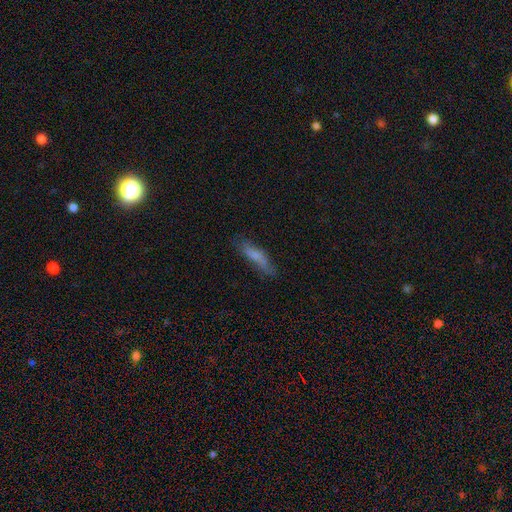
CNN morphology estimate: Q: Smooth or featured?
A: smooth (71%); runner-up: featured or disk (22%)
Q: How rounded?
A: cigar-shaped (75%); runner-up: in between (23%)
Q: Merging?
A: none (70%); runner-up: minor disturbance (22%)